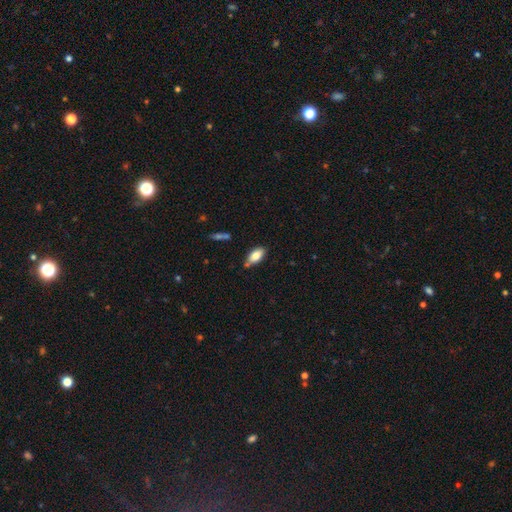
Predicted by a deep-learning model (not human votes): Morphology: type=smooth (80%); roundness=in between (90%); merging=none (73%).